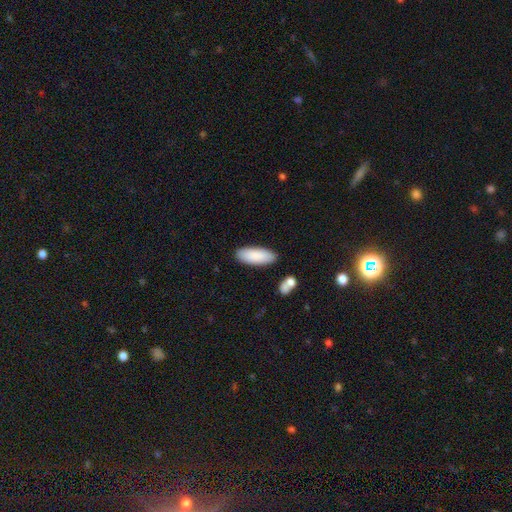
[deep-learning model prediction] smooth 88%, featured or disk 6%, star or artifact 6%. Down the decision tree: how rounded — in between (75%); merging — none (86%).